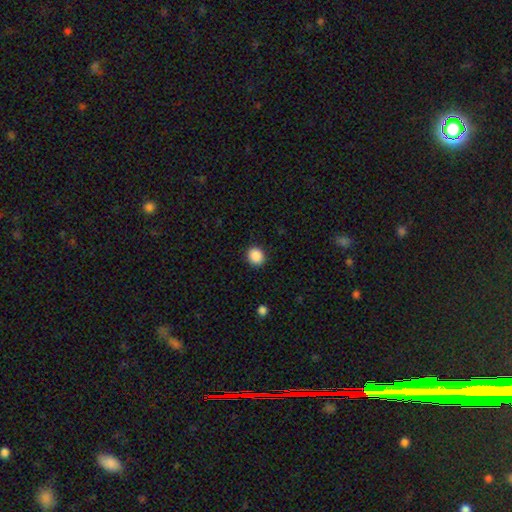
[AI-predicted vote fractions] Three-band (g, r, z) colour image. It shows a smooth galaxy with no disk features (89%) that is round (78%). Merging: none (90%).